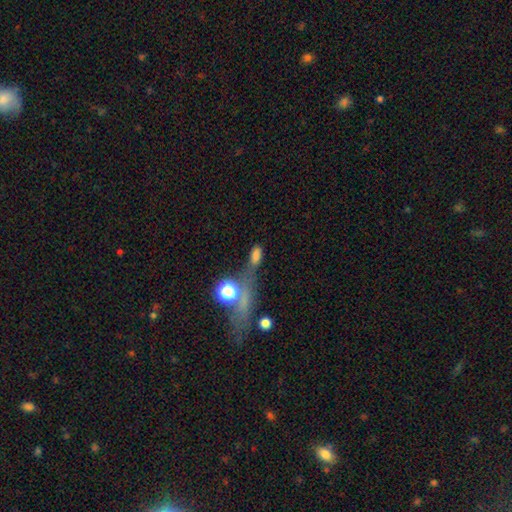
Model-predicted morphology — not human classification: A smooth galaxy with no disk features (66%) that is in between round and cigar-shaped (60%).

Vote fractions:
- Smooth or featured? smooth: 66% / star or artifact: 22% / featured or disk: 12%
- How rounded? in between: 60% / cigar-shaped: 23% / round: 17%
- Merging? none: 44% / merger: 22% / minor disturbance: 17% / major disturbance: 17%